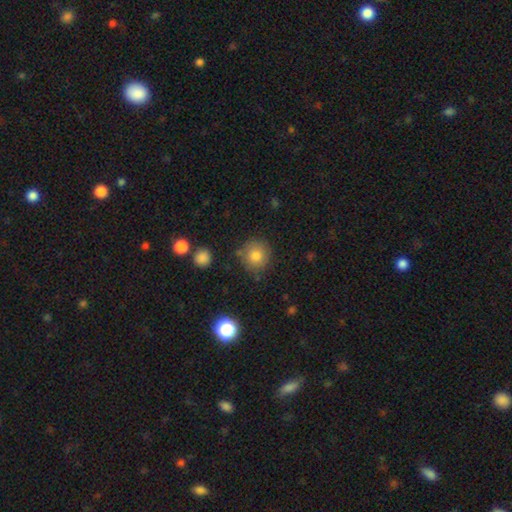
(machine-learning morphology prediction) smooth 80%, star or artifact 11%, featured or disk 9%. Down the decision tree: how rounded — round (92%); merging — none (80%).